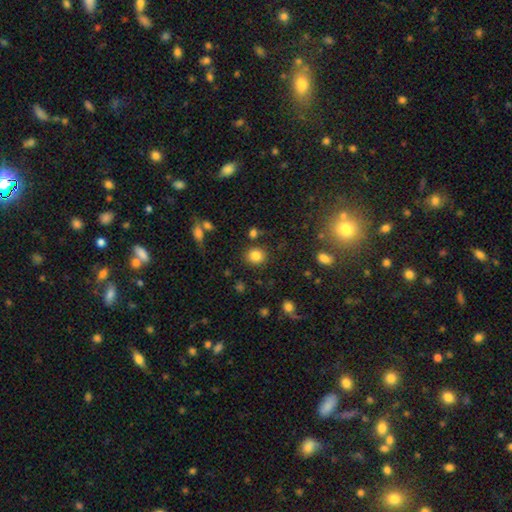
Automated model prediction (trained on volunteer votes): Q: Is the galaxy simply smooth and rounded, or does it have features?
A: smooth — 83%.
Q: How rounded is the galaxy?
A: round — 79%.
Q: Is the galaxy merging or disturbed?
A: none — 84%.